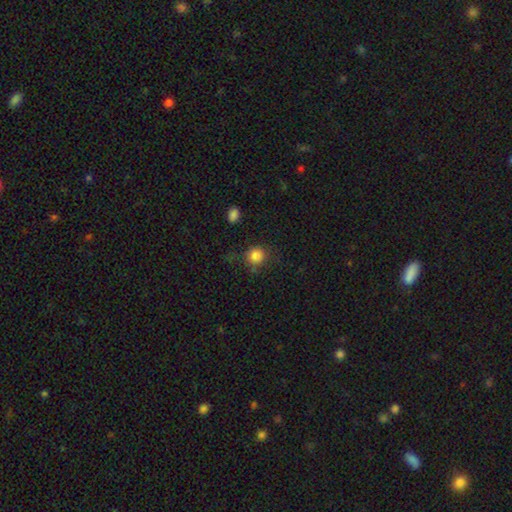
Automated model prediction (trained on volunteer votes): Morphology: type=smooth (84%); roundness=round (86%); merging=none (75%).